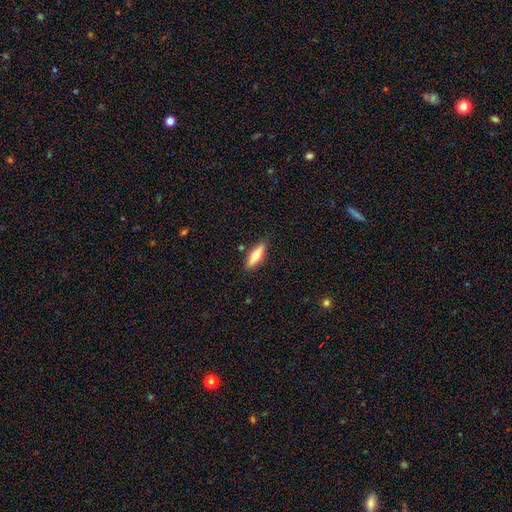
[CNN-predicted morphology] smooth_or_featured: smooth (p=0.61) [alt: featured or disk p=0.33]
how_rounded: in between (p=0.50) [alt: cigar-shaped p=0.48]
merging: none (p=0.86) [alt: minor disturbance p=0.10]